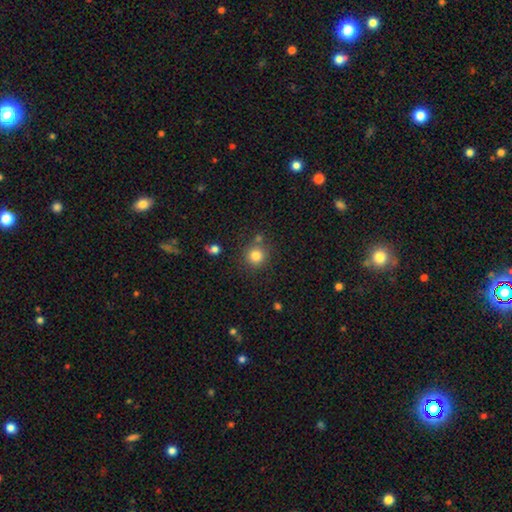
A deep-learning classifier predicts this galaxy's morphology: smooth_or_featured: smooth (p=0.82) [alt: star or artifact p=0.12]
how_rounded: round (p=0.93) [alt: in between p=0.06]
merging: none (p=0.78) [alt: merger p=0.10]